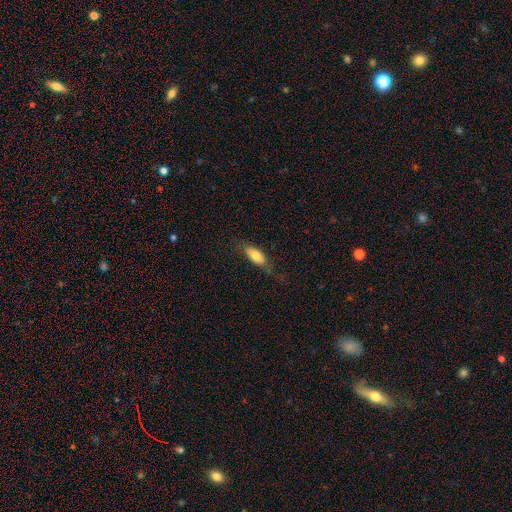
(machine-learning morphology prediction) Overall: smooth (72%). How rounded: in between (74%). Merging: none (58%; minor disturbance 26%).